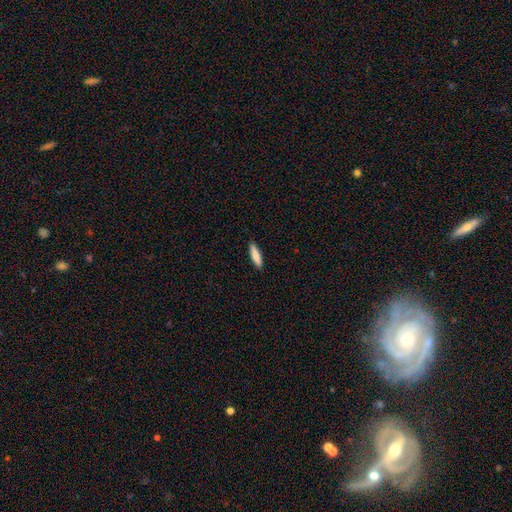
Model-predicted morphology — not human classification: This is clearly a smooth galaxy (83%). How rounded: likely cigar-shaped (75%). Merging: clearly none (90%).